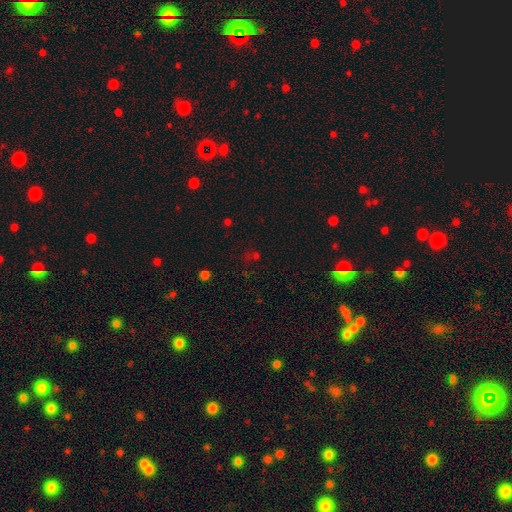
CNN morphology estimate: Q: Smooth or featured?
A: star or artifact (53%); runner-up: smooth (38%)